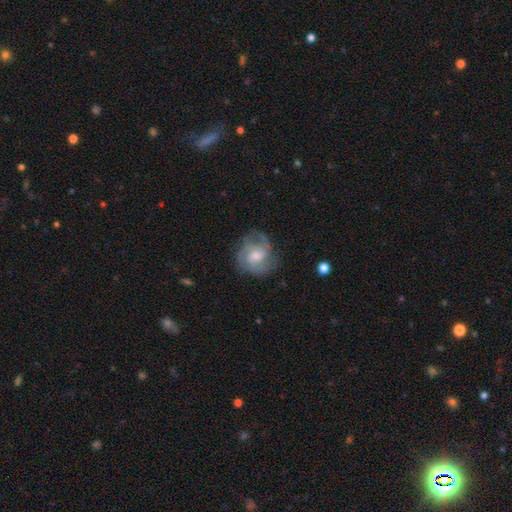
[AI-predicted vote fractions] A featured or disk galaxy (72%) with no bar (59%), 3 (33%) medium (45%) spiral arms (92%) and a moderate central bulge (50%).

Vote fractions:
- Smooth or featured? featured or disk: 72% / smooth: 22% / star or artifact: 6%
- Edge-on disk? no: 98% / yes: 2%
- Bar? no: 59% / weak: 36% / strong: 5%
- Spiral arms? yes: 92% / no: 8%
- Spiral winding? medium: 45% / tight: 40% / loose: 15%
- Spiral arm count? 3: 33% / 2: 29% / can't tell: 22% / 4: 7% / 1: 5% / more than 4: 4%
- Bulge size? moderate: 50% / small: 38% / large: 6% / none: 5% / dominant: 1%
- Merging? none: 68% / minor disturbance: 20% / major disturbance: 11% / merger: 1%